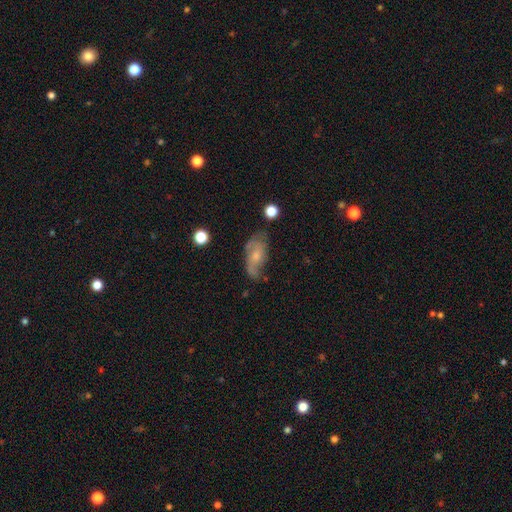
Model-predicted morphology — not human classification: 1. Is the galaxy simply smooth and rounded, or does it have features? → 55% featured or disk, 36% smooth, 9% star or artifact.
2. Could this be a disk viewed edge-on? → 91% no, 9% yes.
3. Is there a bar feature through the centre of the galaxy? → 70% no, 26% weak, 4% strong.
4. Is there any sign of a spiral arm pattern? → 78% yes, 22% no.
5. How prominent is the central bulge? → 50% small, 37% moderate, 8% none, 3% large, 1% dominant.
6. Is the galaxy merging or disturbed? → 53% none, 28% minor disturbance, 15% major disturbance, 3% merger.